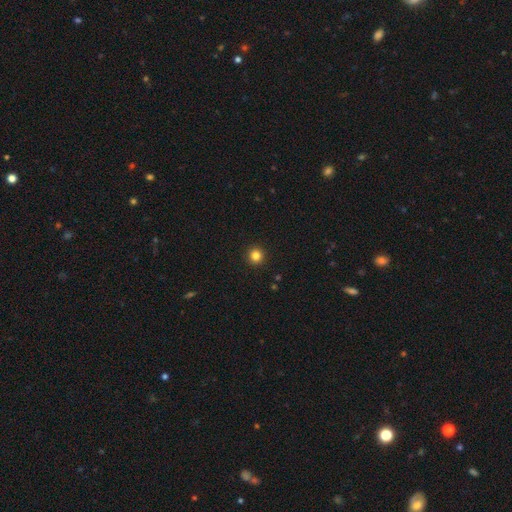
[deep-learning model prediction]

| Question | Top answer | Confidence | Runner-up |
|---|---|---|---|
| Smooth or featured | smooth | 83% | star or artifact (13%) |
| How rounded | round | 95% | in between (4%) |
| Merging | none | 94% | minor disturbance (4%) |